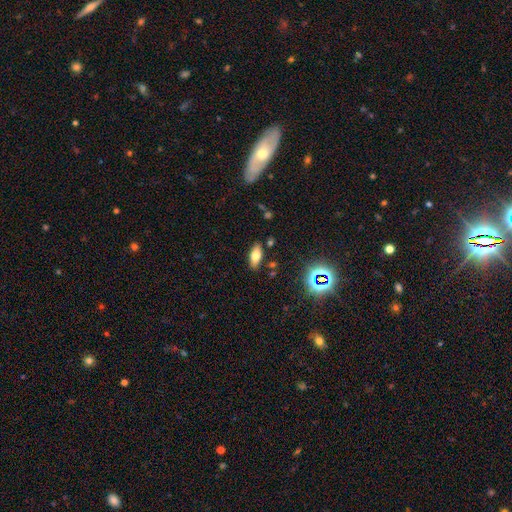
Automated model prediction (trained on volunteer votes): Q: Smooth or featured?
A: smooth (67%); runner-up: featured or disk (20%)
Q: How rounded?
A: in between (80%); runner-up: cigar-shaped (16%)
Q: Merging?
A: none (85%); runner-up: minor disturbance (10%)